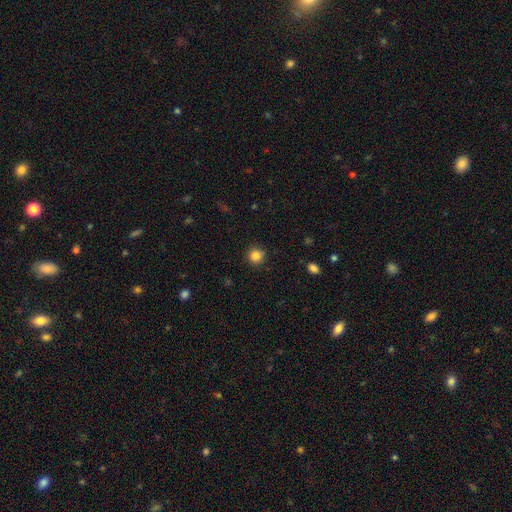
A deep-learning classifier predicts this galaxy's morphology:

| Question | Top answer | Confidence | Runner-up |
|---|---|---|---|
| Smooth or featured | smooth | 85% | star or artifact (11%) |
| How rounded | round | 94% | in between (5%) |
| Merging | none | 90% | minor disturbance (7%) |